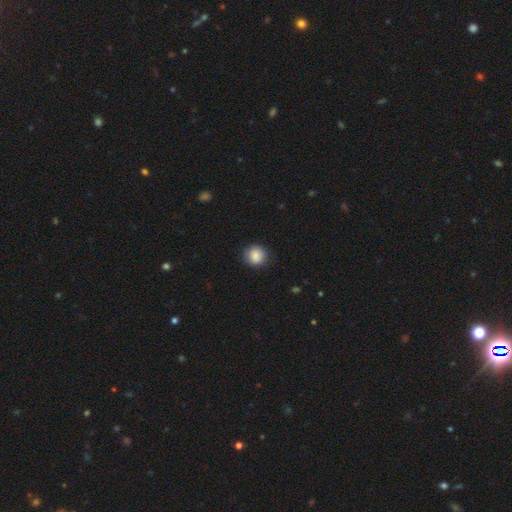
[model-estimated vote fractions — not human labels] Smooth or featured? Predicted: smooth (p=0.87). How rounded? Predicted: round (p=0.90). Merging? Predicted: none (p=0.86).